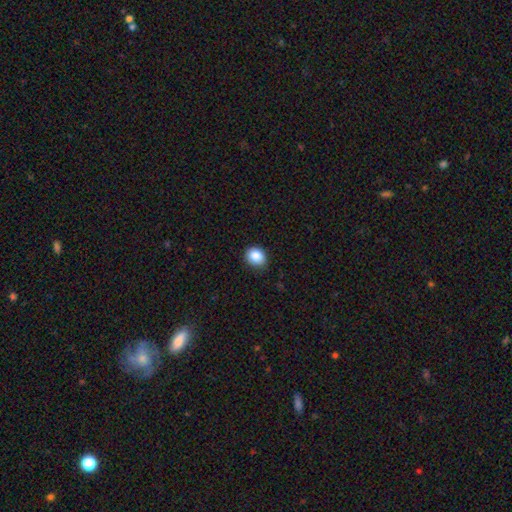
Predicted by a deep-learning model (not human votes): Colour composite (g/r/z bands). It shows a smooth galaxy with no disk features (86%) that is round (59%). Merging: none (85%).